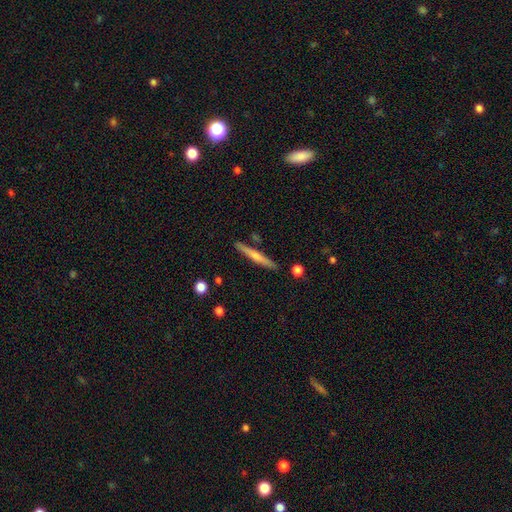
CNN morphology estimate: Overall: featured or disk (51%; smooth 43%). Edge-on disk: yes (97%). Merging: none (87%).